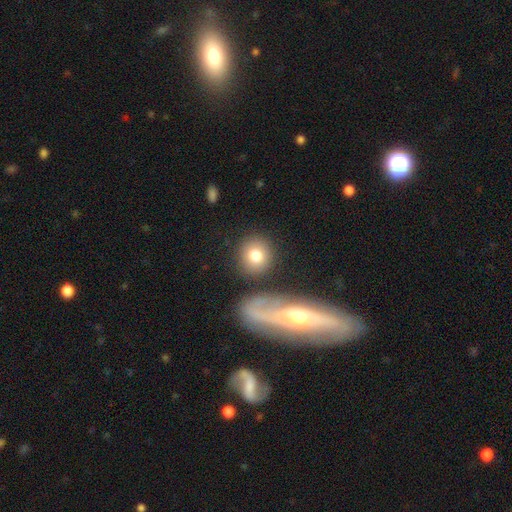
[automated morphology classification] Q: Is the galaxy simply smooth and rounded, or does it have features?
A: smooth — 80%.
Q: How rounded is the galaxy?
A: round — 83%.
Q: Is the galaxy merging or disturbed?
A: none — 78%.